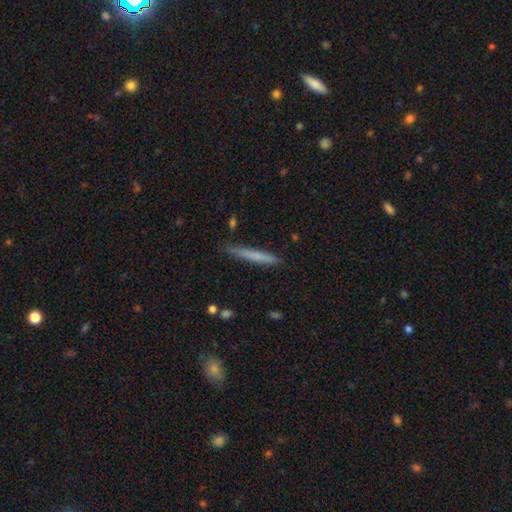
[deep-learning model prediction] Smooth or featured?
  - smooth: 70% *
  - featured or disk: 24%
  - star or artifact: 6%
How rounded?
  - cigar-shaped: 96% *
  - in between: 3%
  - round: 1%
Merging?
  - none: 84% *
  - minor disturbance: 12%
  - major disturbance: 2%
  - merger: 2%